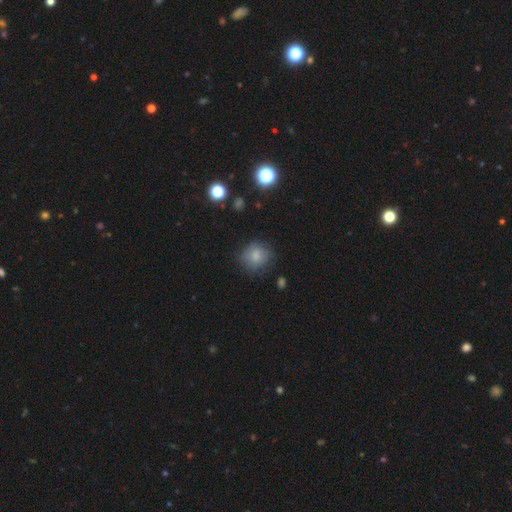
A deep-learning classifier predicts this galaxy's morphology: Overall: smooth (78%). How rounded: round (81%). Merging: none (74%).